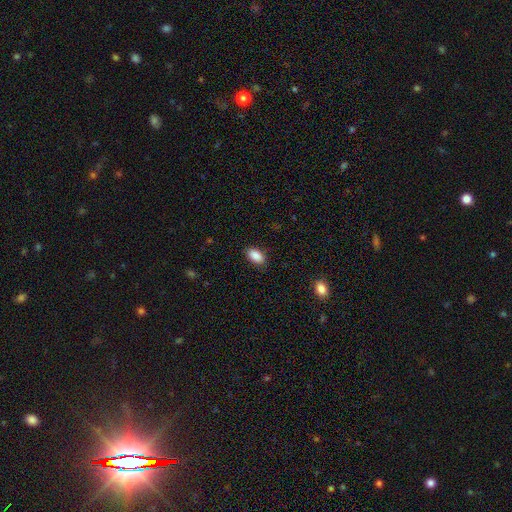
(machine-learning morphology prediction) smooth-or-featured: smooth: 89% | star or artifact: 7% | featured or disk: 4%
  how-rounded: in between: 93% | round: 5% | cigar-shaped: 2%
  merging: none: 86% | minor disturbance: 10% | major disturbance: 2% | merger: 1%